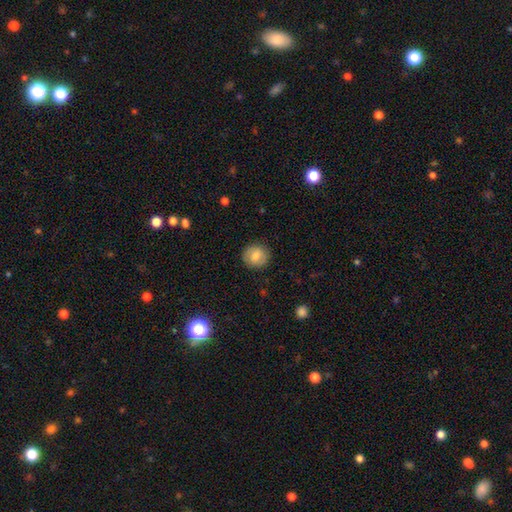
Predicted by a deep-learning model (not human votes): smooth_or_featured: smooth (p=0.75) [alt: featured or disk p=0.17]
how_rounded: round (p=0.87) [alt: in between p=0.12]
merging: none (p=0.87) [alt: minor disturbance p=0.09]